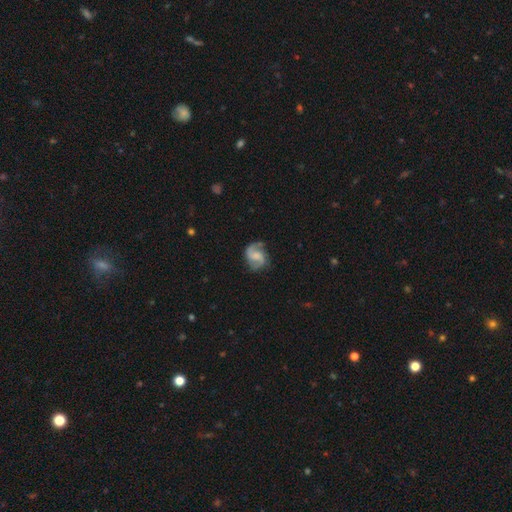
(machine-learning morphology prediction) Q: Smooth or featured?
A: featured or disk (82%); runner-up: smooth (12%)
Q: Edge-on disk?
A: no (98%); runner-up: yes (2%)
Q: Bar?
A: weak (46%); runner-up: no (42%)
Q: Spiral arms?
A: yes (97%); runner-up: no (3%)
Q: Spiral winding?
A: medium (51%); runner-up: loose (32%)
Q: Spiral arm count?
A: 2 (91%); runner-up: can't tell (3%)
Q: Bulge size?
A: none (38%); runner-up: small (27%)
Q: Merging?
A: none (75%); runner-up: minor disturbance (17%)